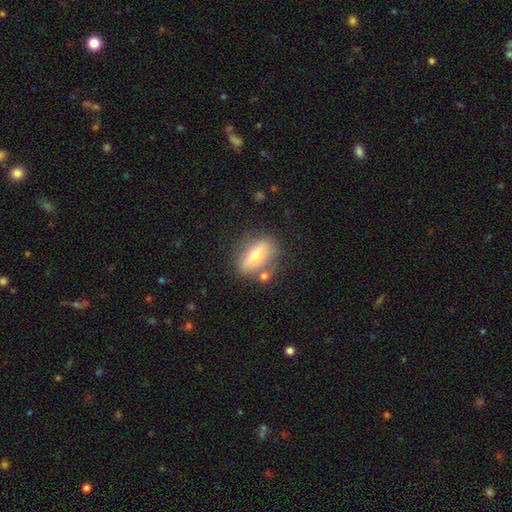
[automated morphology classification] This appears to be a smooth galaxy with no disk features (54%) that is in between round and cigar-shaped (69%). Merging: none (70%).